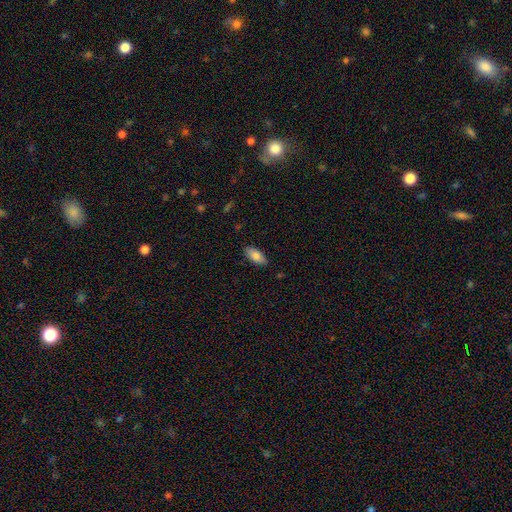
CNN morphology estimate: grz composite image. It shows a smooth galaxy with no disk features (82%) that is in between round and cigar-shaped (89%). Merging: none (84%).